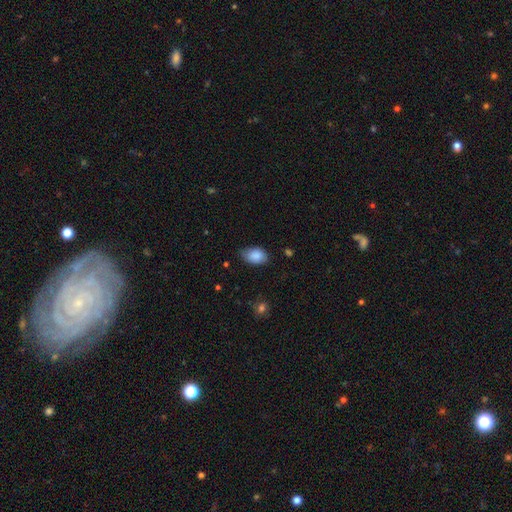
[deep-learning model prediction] A smooth galaxy with no disk features (87%) that is in between round and cigar-shaped (86%).

Vote fractions:
- Smooth or featured? smooth: 87% / star or artifact: 7% / featured or disk: 6%
- How rounded? in between: 86% / round: 13% / cigar-shaped: 1%
- Merging? none: 65% / minor disturbance: 29% / major disturbance: 5% / merger: 1%